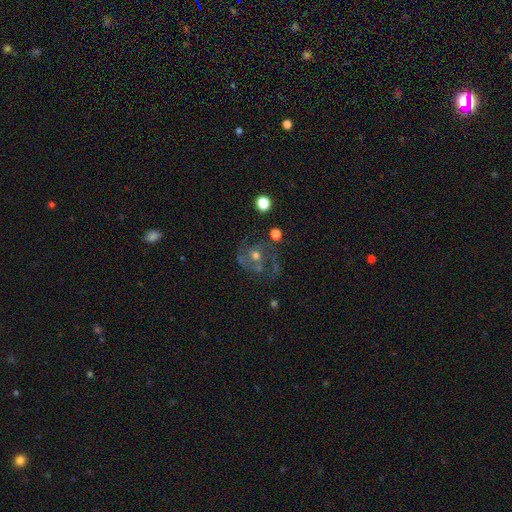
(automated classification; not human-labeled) This appears to be a featured or disk galaxy (72%) with no bar (75%), 2 (56%) medium (48%) spiral arms (83%) and a moderate central bulge (59%). Merging: none (56%).